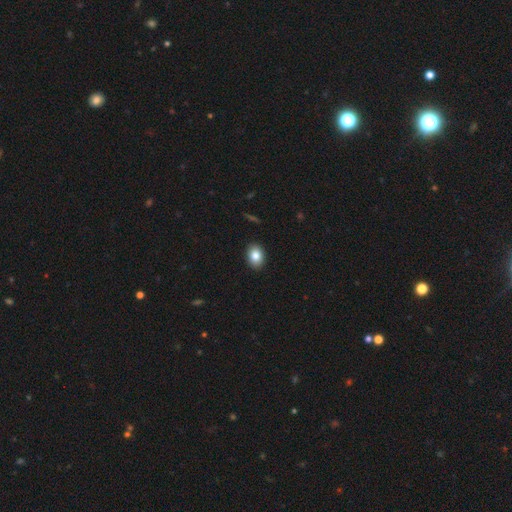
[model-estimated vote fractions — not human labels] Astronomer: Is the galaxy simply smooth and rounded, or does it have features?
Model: smooth — 85%.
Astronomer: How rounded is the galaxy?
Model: in between — 72%.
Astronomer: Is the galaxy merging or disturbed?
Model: none — 91%.